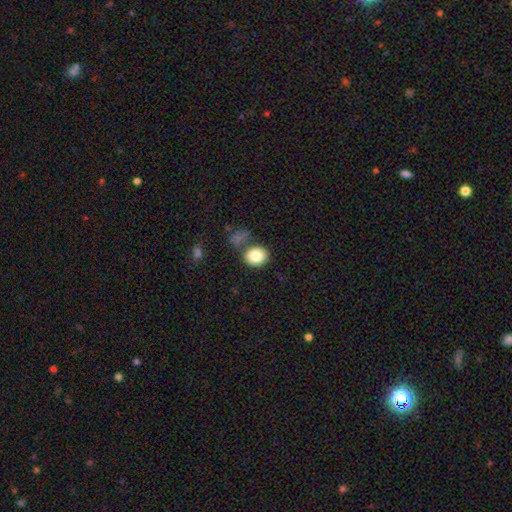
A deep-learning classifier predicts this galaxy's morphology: Overall: smooth (83%). How rounded: round (65%; in between 35%). Merging: none (67%).